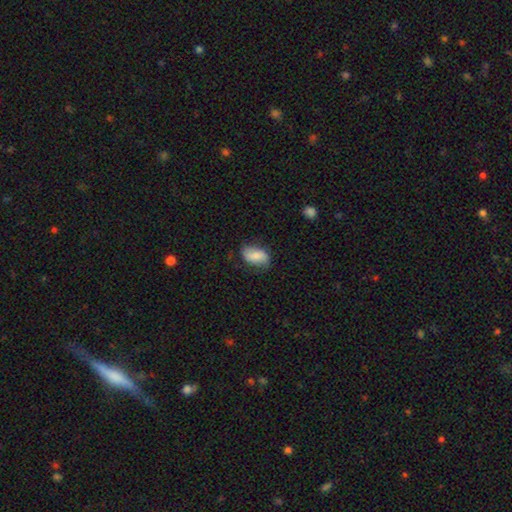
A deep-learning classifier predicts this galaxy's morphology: smooth 70%, featured or disk 22%, star or artifact 7%. Down the decision tree: how rounded — in between (91%); merging — none (65%).